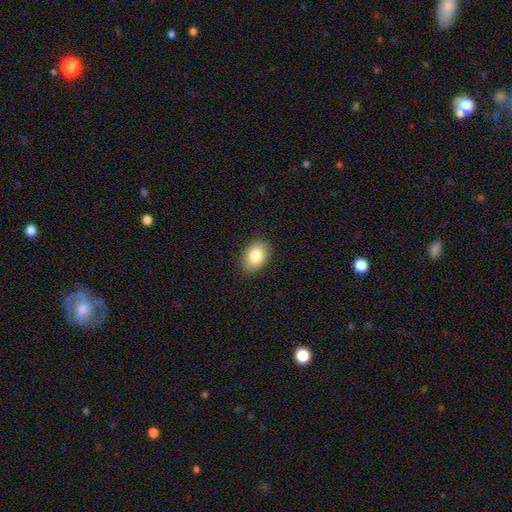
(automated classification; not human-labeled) Q: Smooth or featured?
A: smooth (83%); runner-up: featured or disk (9%)
Q: How rounded?
A: in between (83%); runner-up: round (16%)
Q: Merging?
A: none (88%); runner-up: minor disturbance (9%)